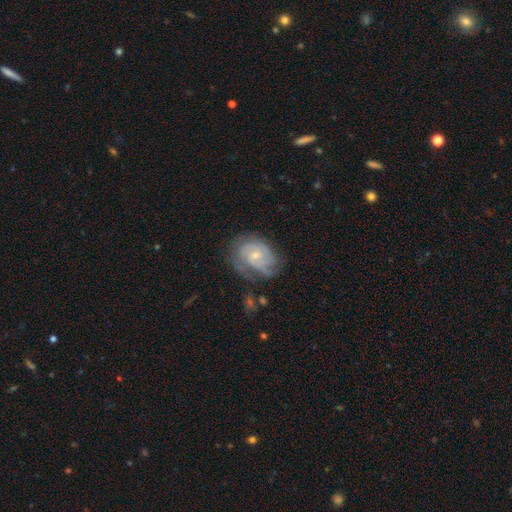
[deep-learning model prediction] The model was most divided on "spiral arm count": can't tell: 32%, 2: 29%, 3: 22%, 4: 7%, 1: 6%, more than 4: 4%. More confident: edge-on disk — no (98%); spiral arms — yes (91%); smooth or featured — featured or disk (76%); bulge size — small (62%); bar — no (59%); merging — none (56%); spiral winding — tight (52%).